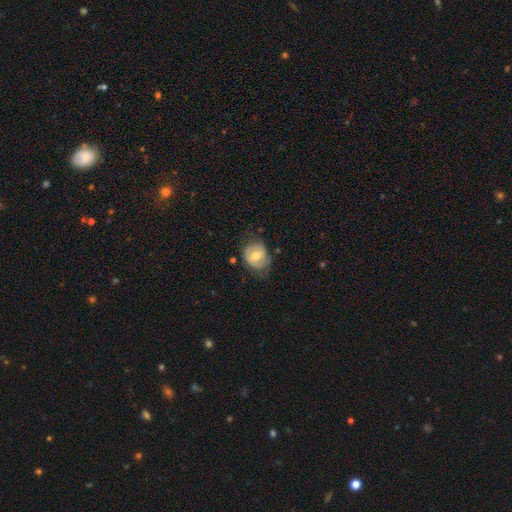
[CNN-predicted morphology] This is possibly a featured or disk galaxy (52%). It is clearly not viewed edge-on (96%). Merging: possibly none (57%).